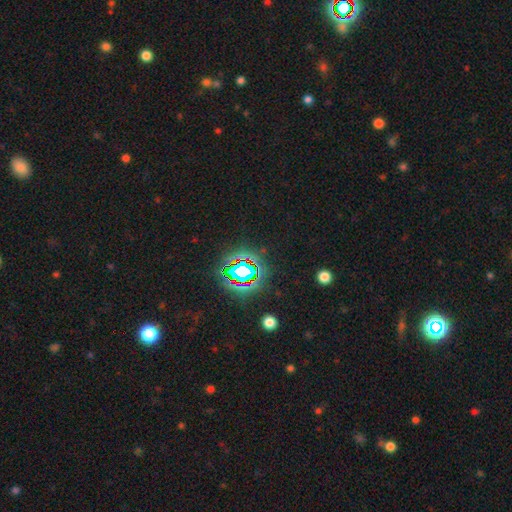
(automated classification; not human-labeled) A star or artifact, not a galaxy (81%).

Vote fractions:
- Smooth or featured? star or artifact: 81% / smooth: 12% / featured or disk: 7%